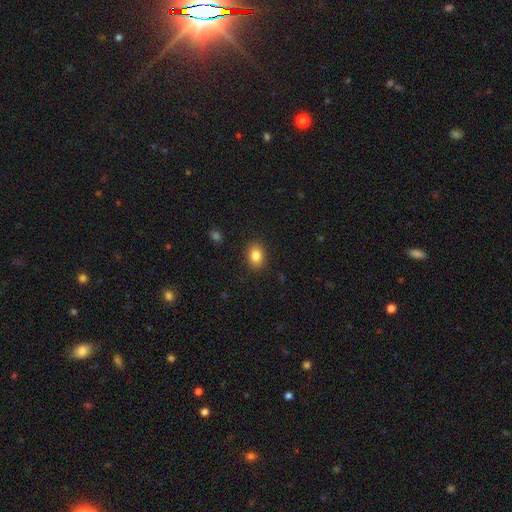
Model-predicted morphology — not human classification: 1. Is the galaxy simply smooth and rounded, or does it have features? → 84% smooth, 9% star or artifact, 6% featured or disk.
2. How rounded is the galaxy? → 62% in between, 37% round, 1% cigar-shaped.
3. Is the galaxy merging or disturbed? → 89% none, 8% minor disturbance, 2% major disturbance, 1% merger.